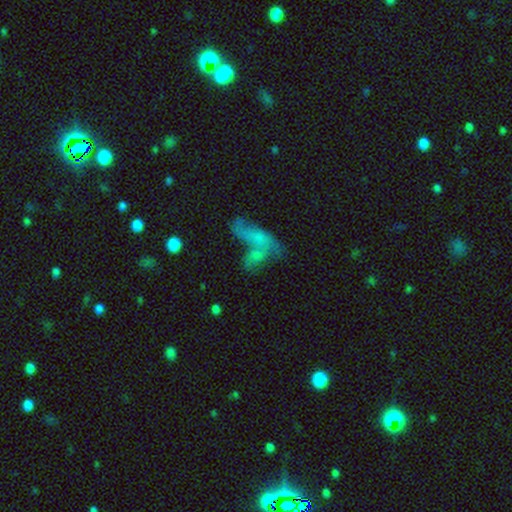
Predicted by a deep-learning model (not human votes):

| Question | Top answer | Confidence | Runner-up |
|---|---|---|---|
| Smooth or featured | smooth | 51% | featured or disk (36%) |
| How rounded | in between | 77% | cigar-shaped (14%) |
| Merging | merger | 64% | none (17%) |